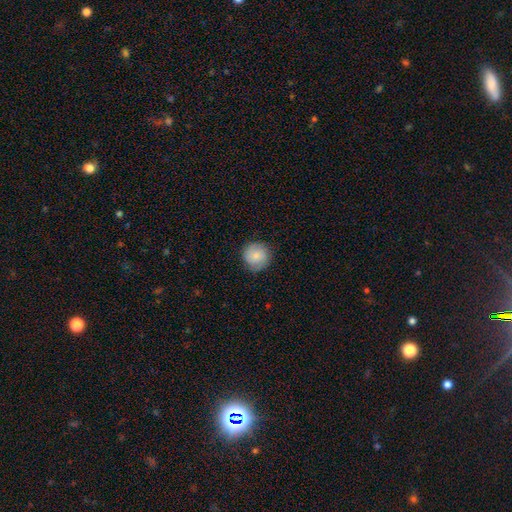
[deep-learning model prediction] This appears to be a smooth galaxy with no disk features (80%) that is round (93%). Merging: none (82%).